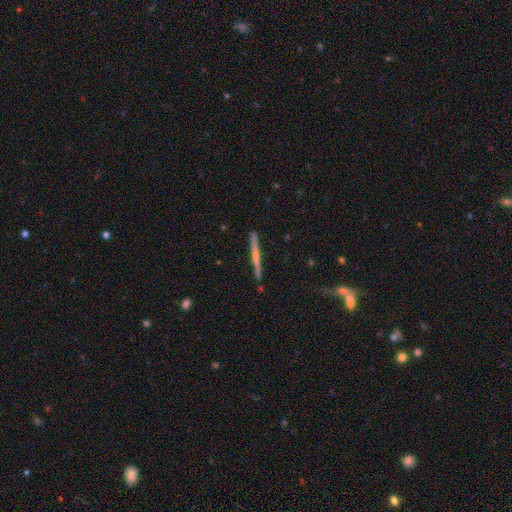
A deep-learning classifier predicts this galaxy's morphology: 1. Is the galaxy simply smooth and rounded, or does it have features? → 59% featured or disk, 36% smooth, 6% star or artifact.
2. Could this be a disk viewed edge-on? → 98% yes, 2% no.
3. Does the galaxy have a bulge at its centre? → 46% rounded, 45% none, 9% boxy.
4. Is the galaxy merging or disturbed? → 90% none, 7% minor disturbance, 2% merger, 1% major disturbance.